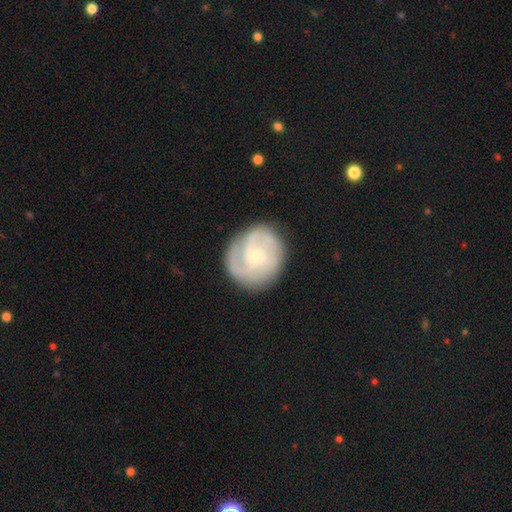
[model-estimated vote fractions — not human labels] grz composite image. It shows a featured or disk galaxy (78%) with no bar (67%), 3 (35%) tight (53%) spiral arms (95%) and a small central bulge (71%). Merging: none (81%).